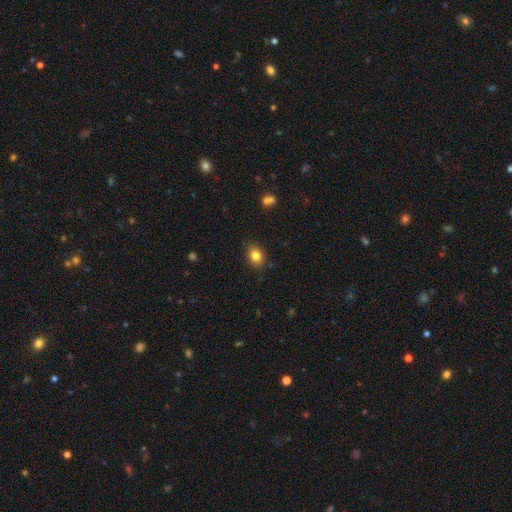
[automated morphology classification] Overall: smooth (83%). How rounded: in between (60%; round 39%). Merging: none (85%).